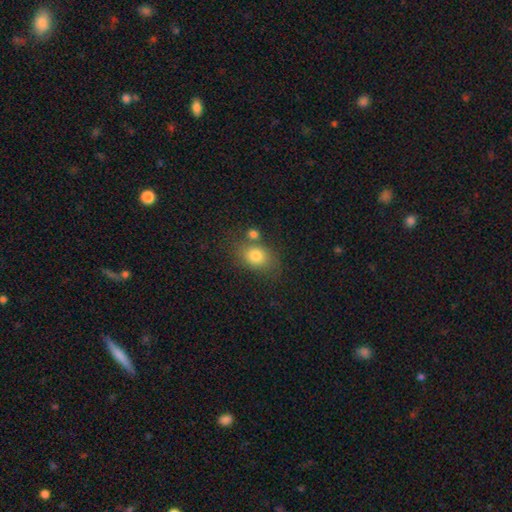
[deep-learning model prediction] smooth_or_featured: smooth (p=0.78) [alt: featured or disk p=0.12]
how_rounded: in between (p=0.59) [alt: round p=0.40]
merging: none (p=0.58) [alt: merger p=0.18]